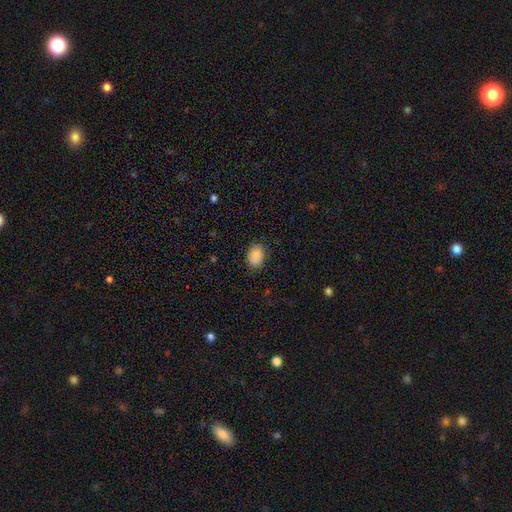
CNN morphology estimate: This appears to be a smooth galaxy with no disk features (85%) that is in between round and cigar-shaped (78%). Merging: none (80%).